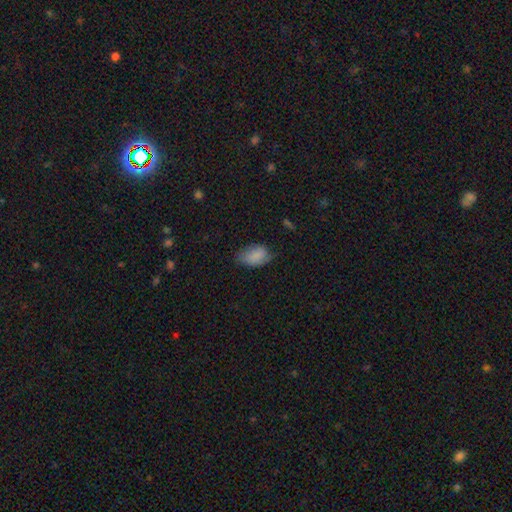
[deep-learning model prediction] Q: Smooth or featured?
A: smooth (79%); runner-up: featured or disk (14%)
Q: How rounded?
A: in between (91%); runner-up: round (7%)
Q: Merging?
A: none (56%); runner-up: minor disturbance (34%)